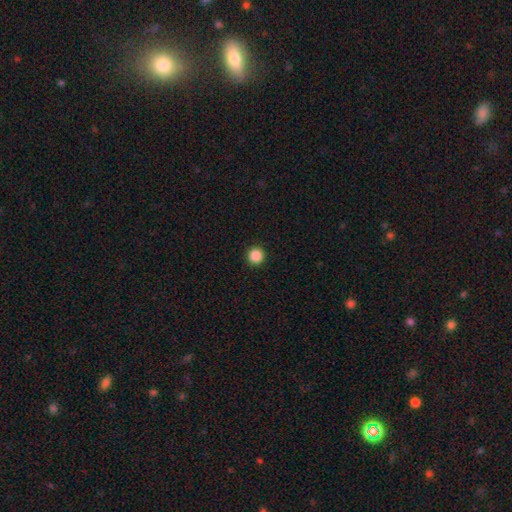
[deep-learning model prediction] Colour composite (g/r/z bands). It shows a smooth galaxy with no disk features (88%) that is round (96%). Merging: none (93%).